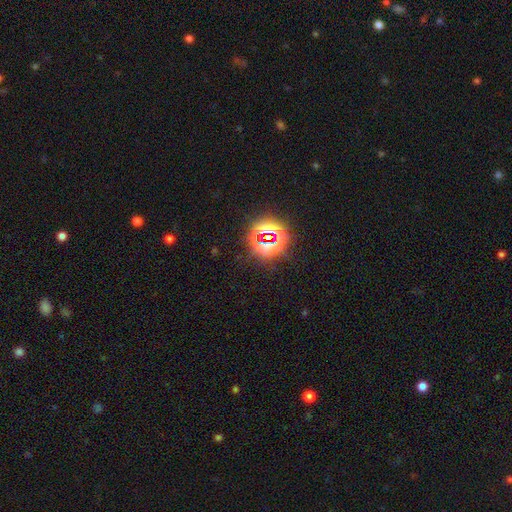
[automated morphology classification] Smooth or featured?
  - star or artifact: 79% *
  - smooth: 14%
  - featured or disk: 8%